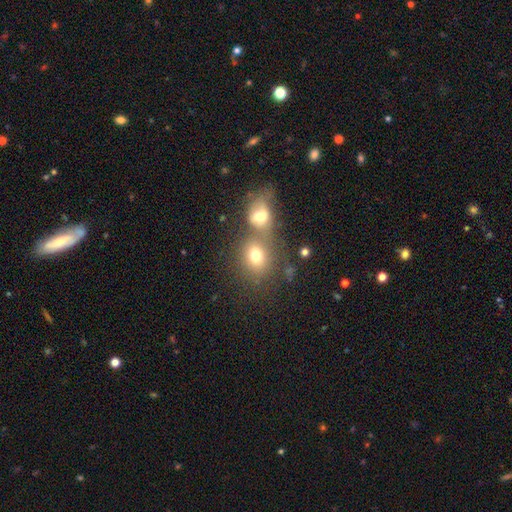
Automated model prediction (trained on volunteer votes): Smooth or featured? smooth (73%)
How rounded? round (59%)
Merging? merger (48%)